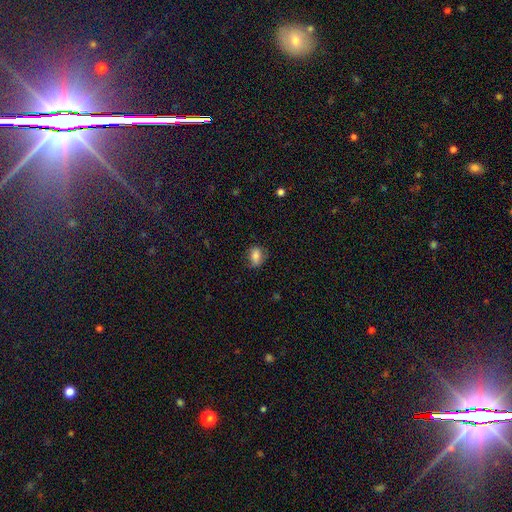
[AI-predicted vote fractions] smooth 81%, star or artifact 10%, featured or disk 9%. Down the decision tree: how rounded — in between (66%); merging — none (71%).